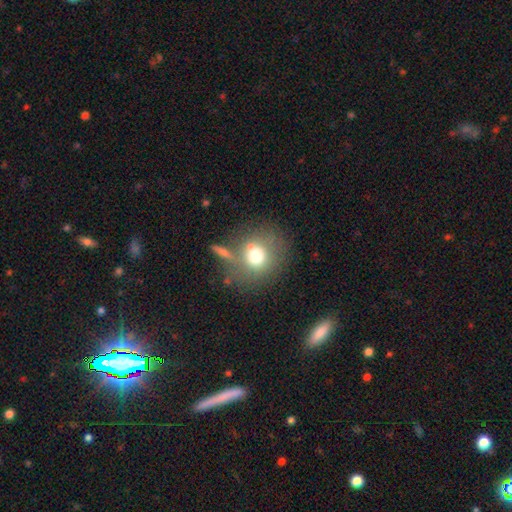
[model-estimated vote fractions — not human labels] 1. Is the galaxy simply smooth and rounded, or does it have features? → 70% smooth, 18% featured or disk, 12% star or artifact.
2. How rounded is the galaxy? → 81% round, 18% in between, 1% cigar-shaped.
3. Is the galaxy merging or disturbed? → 62% none, 15% minor disturbance, 14% merger, 9% major disturbance.